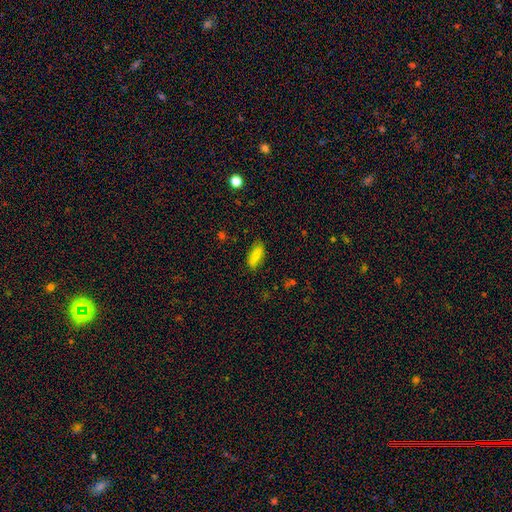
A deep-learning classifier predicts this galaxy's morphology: A smooth galaxy with no disk features (82%) that is in between round and cigar-shaped (75%).

Vote fractions:
- Smooth or featured? smooth: 82% / featured or disk: 10% / star or artifact: 8%
- How rounded? in between: 75% / cigar-shaped: 22% / round: 2%
- Merging? none: 82% / minor disturbance: 14% / major disturbance: 3% / merger: 1%